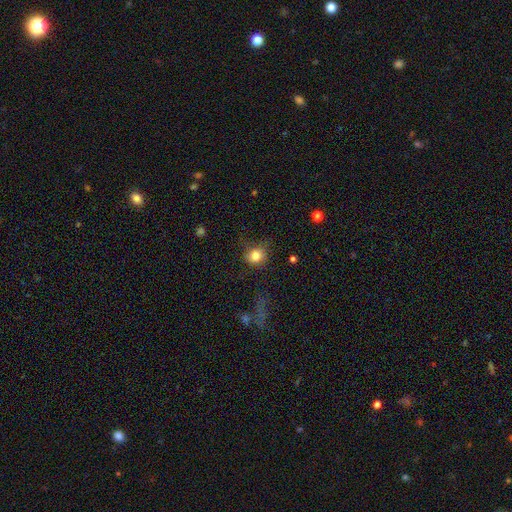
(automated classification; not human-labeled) Morphology: type=smooth (81%); roundness=round (74%); merging=none (62%).